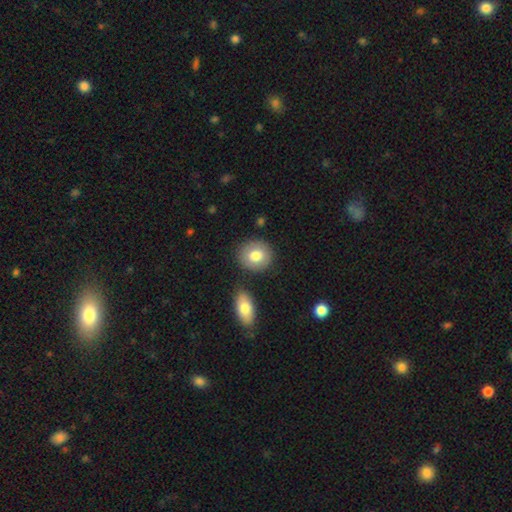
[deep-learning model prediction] Q: Smooth or featured?
A: smooth (80%); runner-up: featured or disk (13%)
Q: How rounded?
A: round (80%); runner-up: in between (19%)
Q: Merging?
A: none (82%); runner-up: minor disturbance (9%)